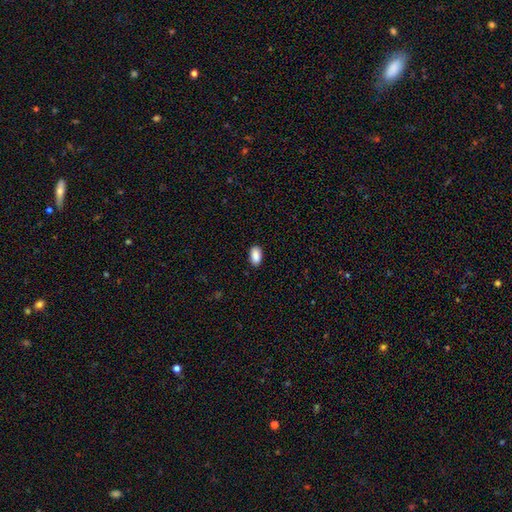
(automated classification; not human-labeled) This is clearly a smooth galaxy (90%). How rounded: clearly in between (94%). Merging: clearly none (89%).